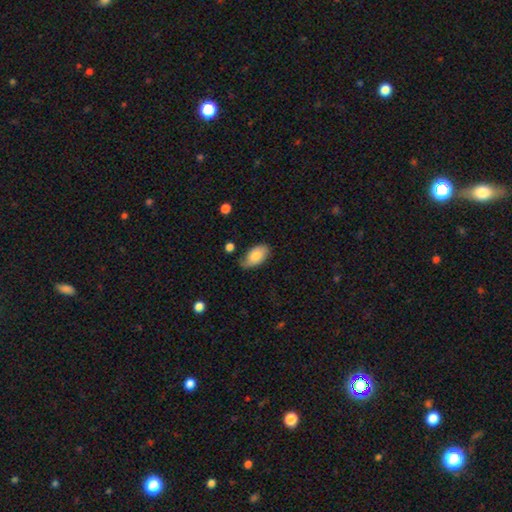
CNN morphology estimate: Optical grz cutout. It shows a smooth galaxy with no disk features (77%) that is in between round and cigar-shaped (94%). Merging: none (62%).